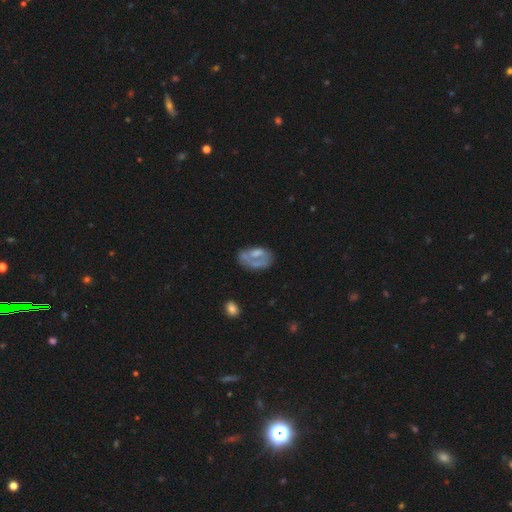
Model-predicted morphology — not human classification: type=featured or disk (51%); edge-on=no (96%); merging=none (39%).